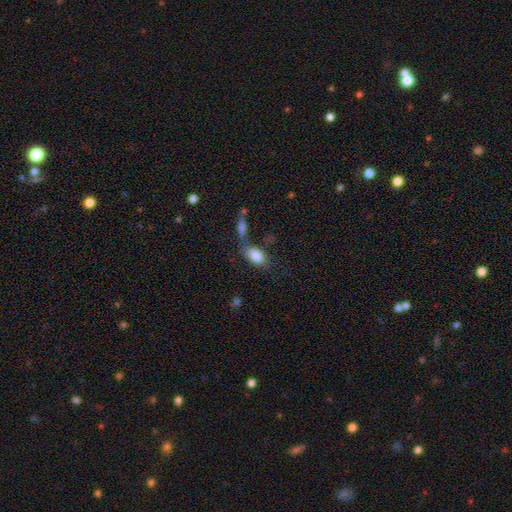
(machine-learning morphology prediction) A smooth galaxy with no disk features (84%) that is in between round and cigar-shaped (89%). Merging: none (45%).